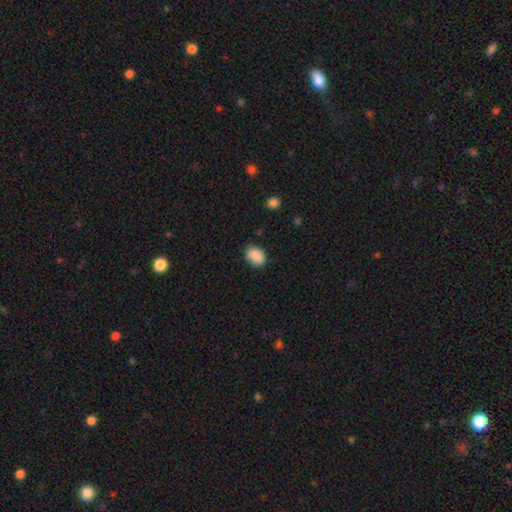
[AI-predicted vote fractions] Overall: smooth (89%). How rounded: in between (72%). Merging: none (81%).